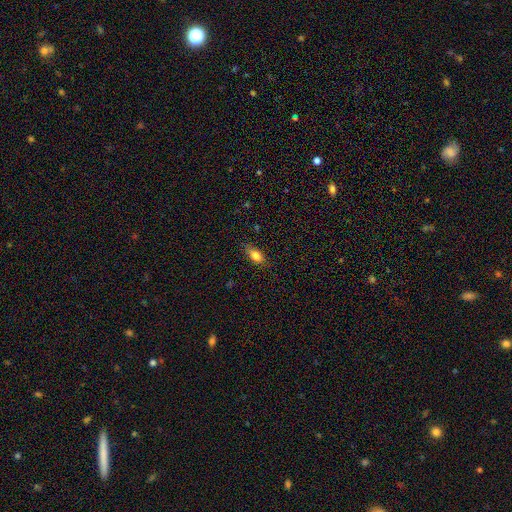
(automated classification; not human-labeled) Smooth or featured: smooth — 79% (featured or disk — 12%)
How rounded: in between — 82% (cigar-shaped — 12%)
Merging: none — 77% (minor disturbance — 17%)